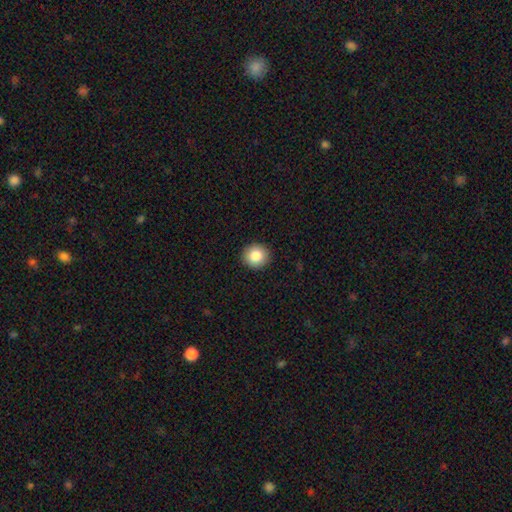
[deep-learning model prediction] This is clearly a smooth galaxy (84%). How rounded: clearly round (91%). Merging: clearly none (92%).